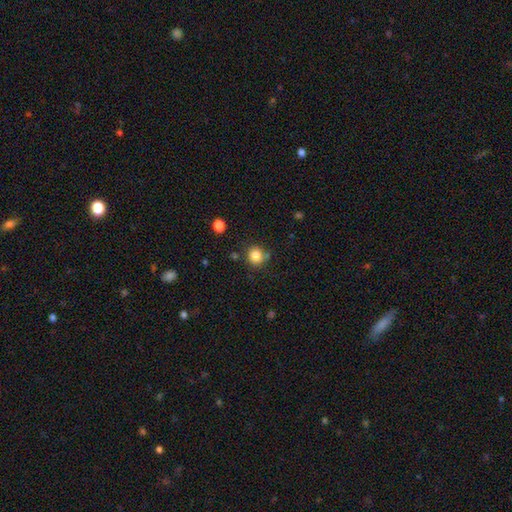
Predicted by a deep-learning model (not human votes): Smooth or featured?
  - smooth: 84% *
  - star or artifact: 11%
  - featured or disk: 5%
How rounded?
  - round: 90% *
  - in between: 9%
  - cigar-shaped: 1%
Merging?
  - none: 76% *
  - minor disturbance: 13%
  - merger: 7%
  - major disturbance: 4%